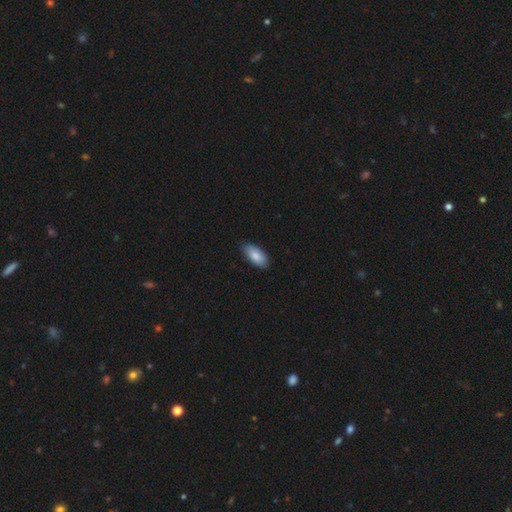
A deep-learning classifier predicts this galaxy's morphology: This is clearly a smooth galaxy (85%). How rounded: clearly in between (90%). Merging: clearly none (82%).